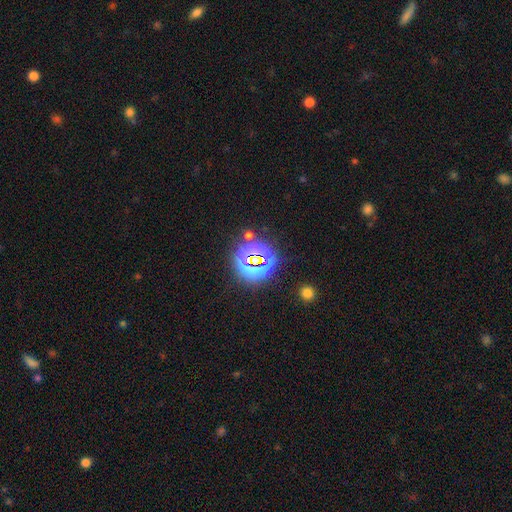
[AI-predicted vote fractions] Smooth or featured? Predicted: star or artifact (p=0.77).